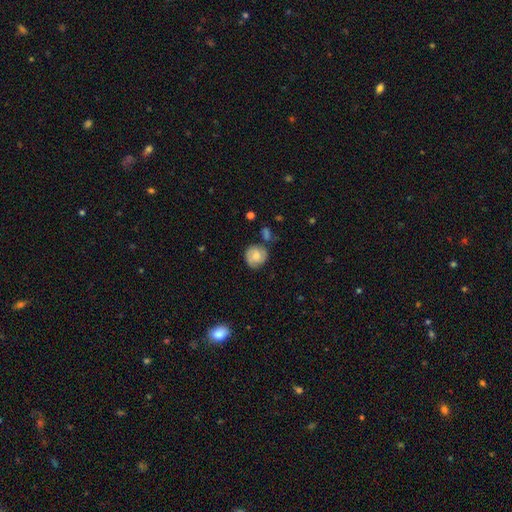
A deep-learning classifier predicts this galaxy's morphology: Smooth or featured? Predicted: smooth (p=0.60). How rounded? Predicted: round (p=0.84). Merging? Predicted: none (p=0.65).